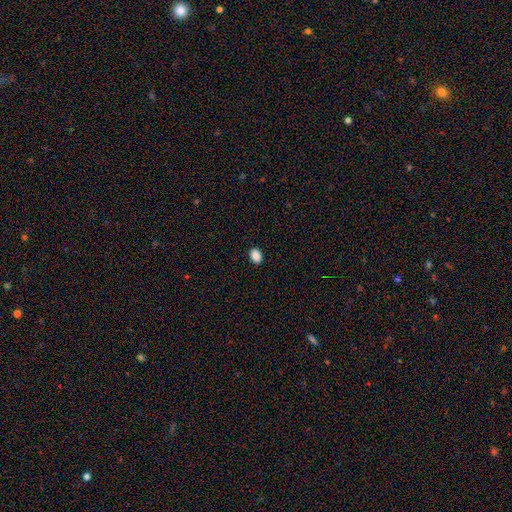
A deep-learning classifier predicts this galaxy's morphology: The model was most divided on "how rounded": in between: 74%, round: 25%, cigar-shaped: 1%. More confident: merging — none (90%); smooth or featured — smooth (89%).